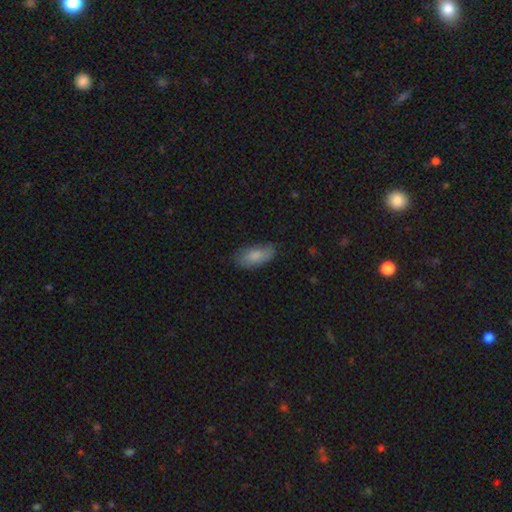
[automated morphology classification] Smooth or featured? smooth (81%)
How rounded? in between (89%)
Merging? none (72%)